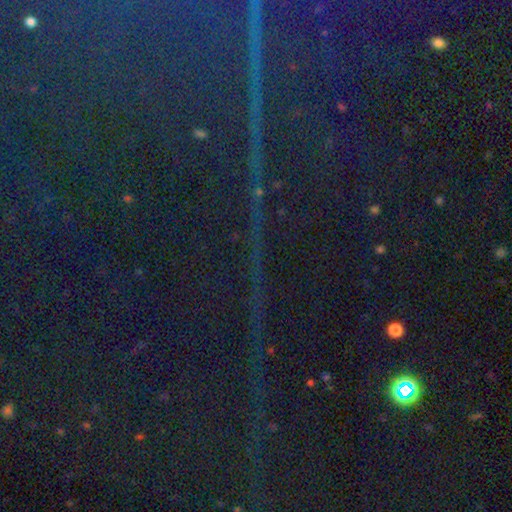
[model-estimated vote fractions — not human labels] Smooth or featured? star or artifact (86%)